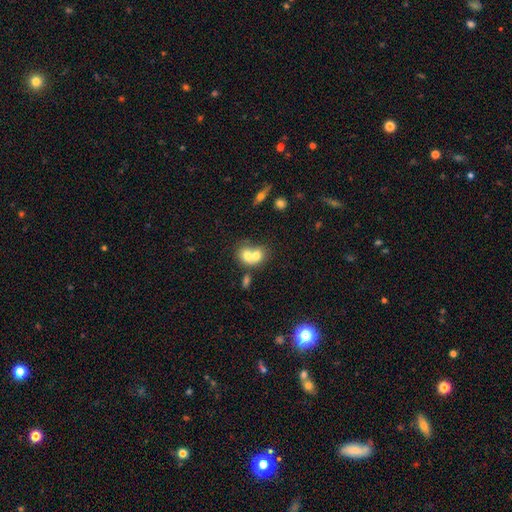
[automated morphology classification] smooth-or-featured: smooth: 67% | featured or disk: 24% | star or artifact: 9%
  how-rounded: round: 54% | in between: 45% | cigar-shaped: 1%
  merging: merger: 72% | none: 19% | minor disturbance: 6% | major disturbance: 3%